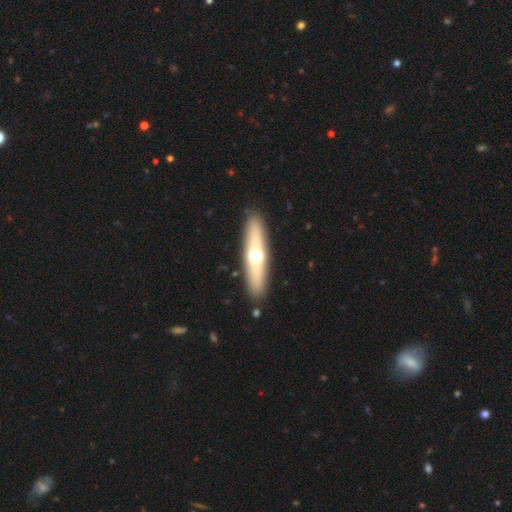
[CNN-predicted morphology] Q: Smooth or featured?
A: smooth (48%); runner-up: featured or disk (46%)
Q: Merging?
A: none (89%); runner-up: minor disturbance (7%)